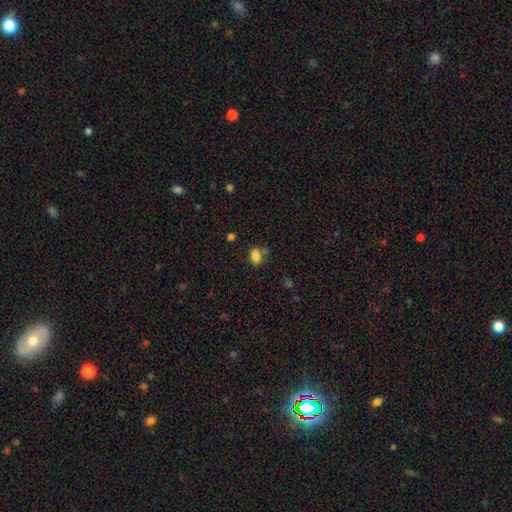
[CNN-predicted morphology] This appears to be a smooth galaxy with no disk features (84%) that is in between round and cigar-shaped (82%). Merging: none (67%).